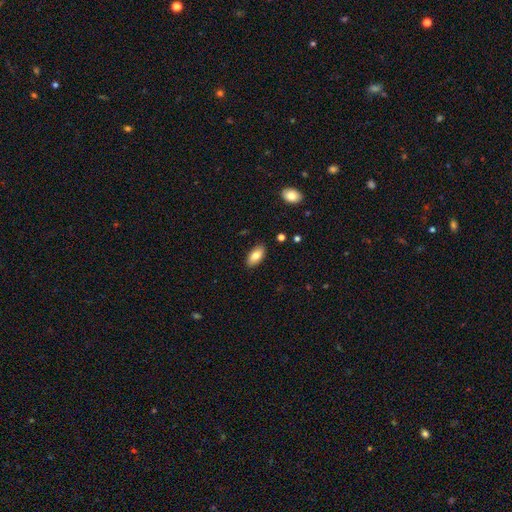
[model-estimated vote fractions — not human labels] Morphology: type=smooth (81%); roundness=in between (92%); merging=none (87%).